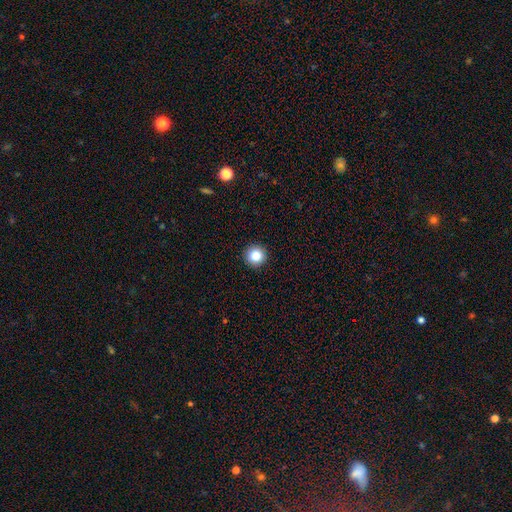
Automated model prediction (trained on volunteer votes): Smooth or featured?
  - smooth: 85% *
  - star or artifact: 10%
  - featured or disk: 5%
How rounded?
  - round: 96% *
  - in between: 3%
  - cigar-shaped: 1%
Merging?
  - none: 94% *
  - minor disturbance: 4%
  - major disturbance: 1%
  - merger: 1%